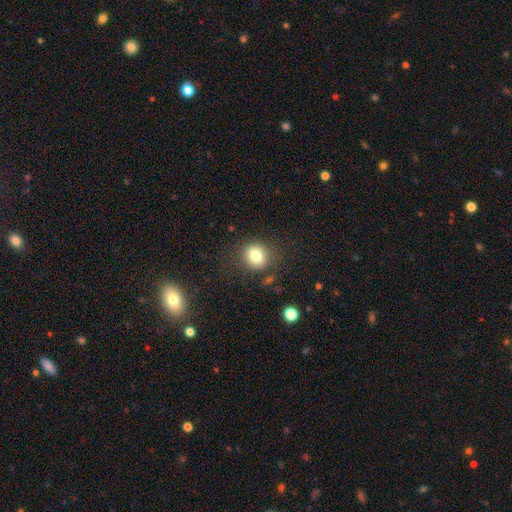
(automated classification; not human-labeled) This is clearly a smooth galaxy (80%). How rounded: likely round (70%). Merging: likely none (79%).